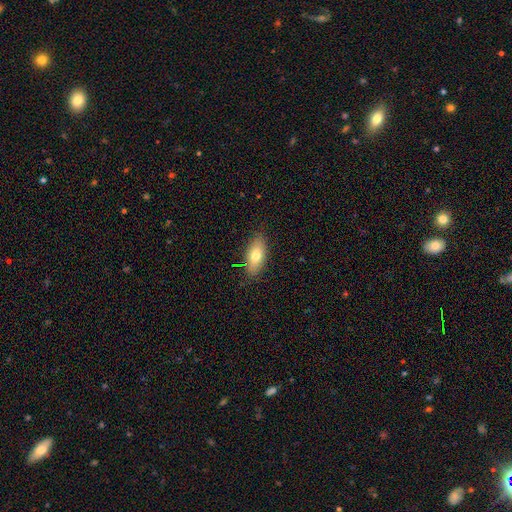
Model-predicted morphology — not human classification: Overall: smooth (73%). How rounded: in between (85%). Merging: none (84%).